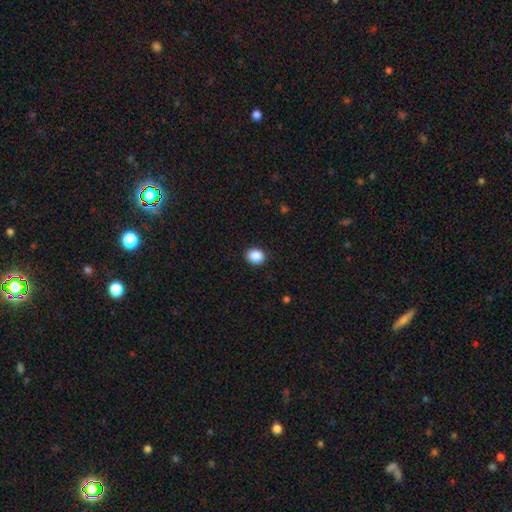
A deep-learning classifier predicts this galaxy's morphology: This is clearly a smooth galaxy (89%). How rounded: possibly round (58%). Merging: clearly none (91%).